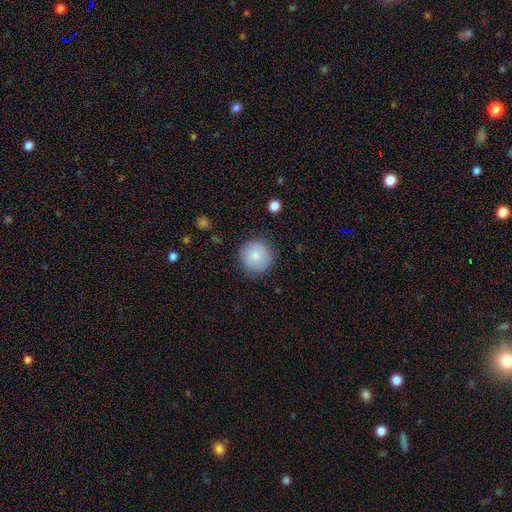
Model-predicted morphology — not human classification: smooth 83%, featured or disk 9%, star or artifact 8%. Down the decision tree: how rounded — round (95%); merging — none (87%).